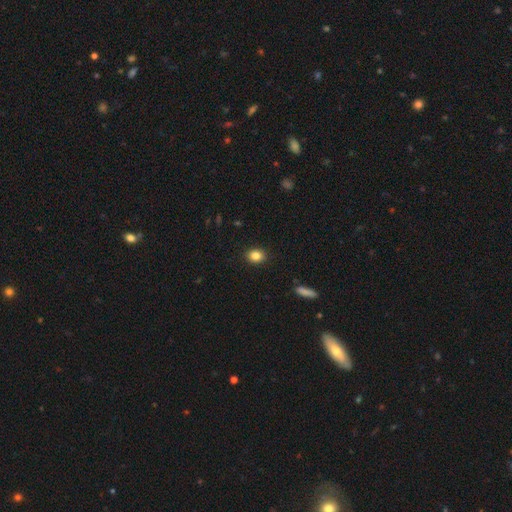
This is clearly a smooth galaxy (82%). How rounded: likely round (62%). Merging: clearly none (83%).